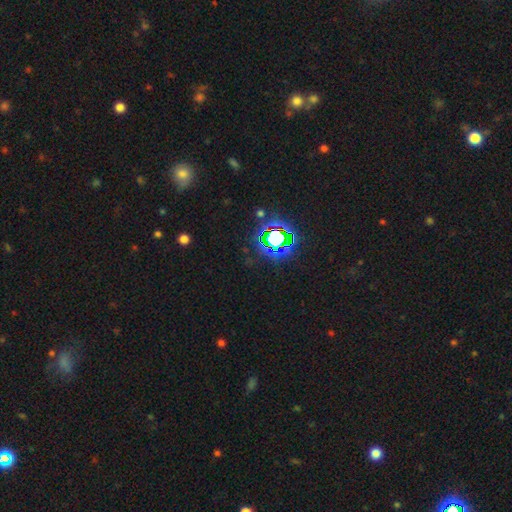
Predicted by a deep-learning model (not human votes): Overall: star or artifact (80%).